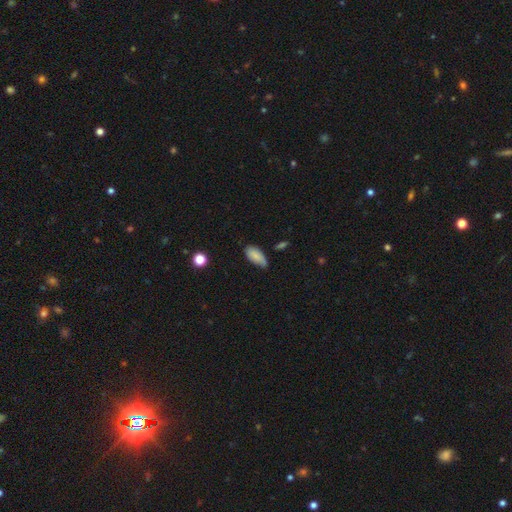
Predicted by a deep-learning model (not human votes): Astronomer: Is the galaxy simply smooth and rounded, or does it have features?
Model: smooth — 82%.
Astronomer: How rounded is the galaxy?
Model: in between — 90%.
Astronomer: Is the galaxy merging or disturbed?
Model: none — 60%.